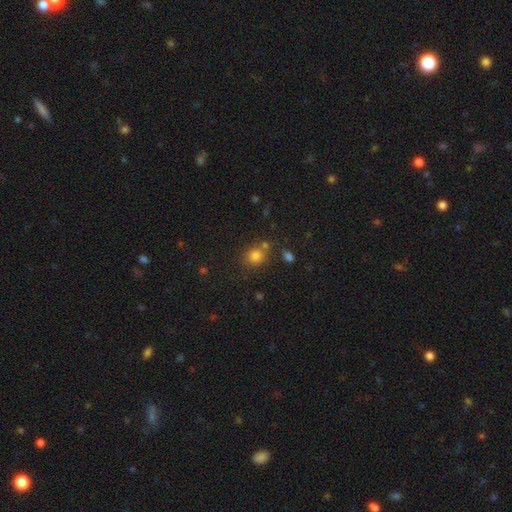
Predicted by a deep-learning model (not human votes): smooth-or-featured: smooth: 78% | star or artifact: 15% | featured or disk: 6%
  how-rounded: round: 77% | in between: 22% | cigar-shaped: 1%
  merging: none: 68% | merger: 16% | minor disturbance: 12% | major disturbance: 4%